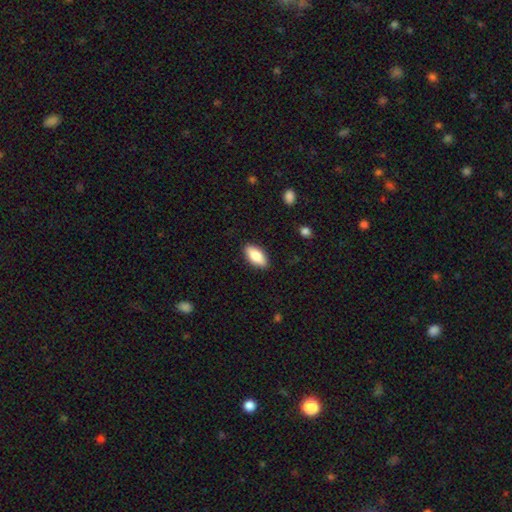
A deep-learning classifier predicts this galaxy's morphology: Smooth or featured?
  - smooth: 82% *
  - featured or disk: 11%
  - star or artifact: 6%
How rounded?
  - in between: 88% *
  - cigar-shaped: 9%
  - round: 2%
Merging?
  - none: 88% *
  - minor disturbance: 9%
  - major disturbance: 2%
  - merger: 1%